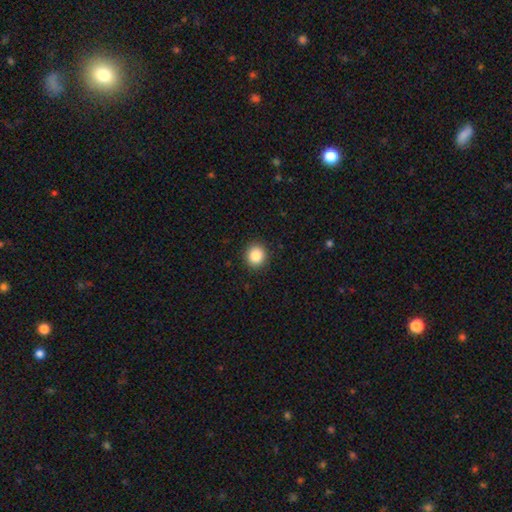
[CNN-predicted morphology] type=smooth (86%); roundness=round (88%); merging=none (92%).